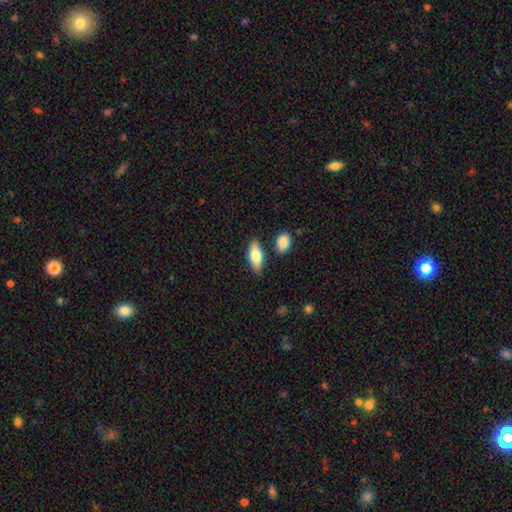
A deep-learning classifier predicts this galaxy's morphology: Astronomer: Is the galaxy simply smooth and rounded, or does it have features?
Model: smooth — 66%.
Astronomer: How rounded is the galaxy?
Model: in between — 75%.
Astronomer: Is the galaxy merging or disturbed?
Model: none — 79%.